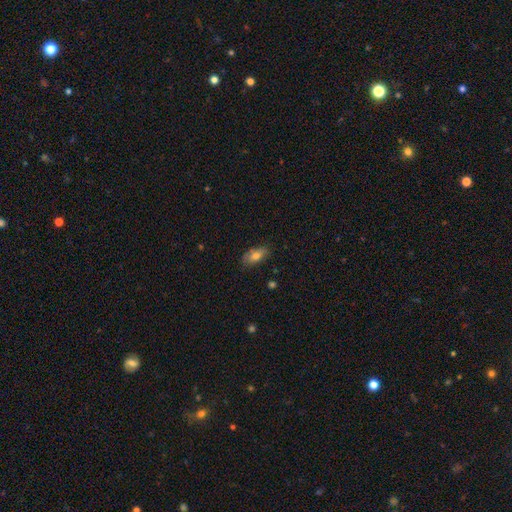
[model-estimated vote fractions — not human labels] Morphology: type=smooth (74%); roundness=in between (87%); merging=none (71%).